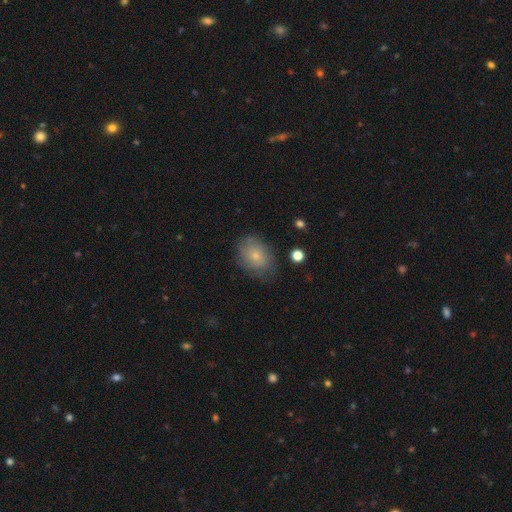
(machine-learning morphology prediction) Overall: smooth (63%; featured or disk 28%). How rounded: in between (61%; round 38%). Merging: none (66%).